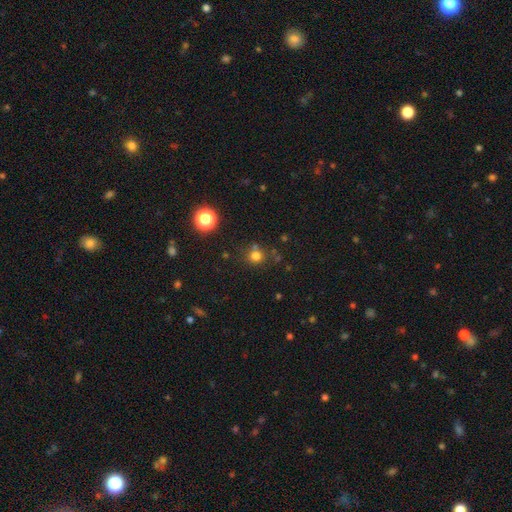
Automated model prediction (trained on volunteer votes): Q: Smooth or featured?
A: smooth (75%); runner-up: star or artifact (18%)
Q: How rounded?
A: round (90%); runner-up: in between (9%)
Q: Merging?
A: none (72%); runner-up: merger (13%)